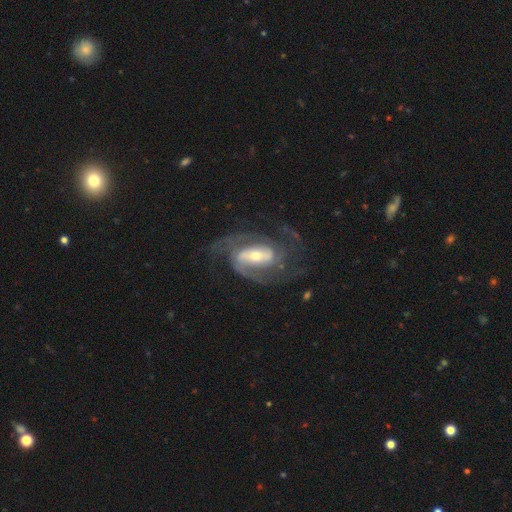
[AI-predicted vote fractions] The model was most divided on "bulge size" (2-way tie): small: 46%, moderate: 46%, large: 6%, none: 1%, dominant: 1%. Remaining: edge-on disk — no (97%); spiral arms — yes (96%); smooth or featured — featured or disk (89%); merging — none (64%); spiral arm count — 2 (59%); spiral winding — medium (49%); bar — strong (41%).